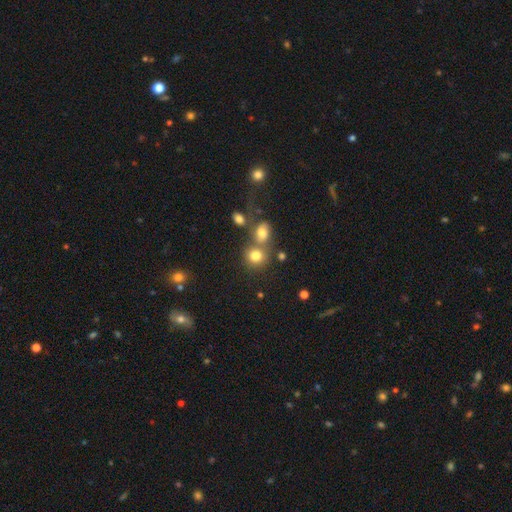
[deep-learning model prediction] This is likely a smooth galaxy (78%). How rounded: likely round (75%). Merging: possibly none (47%).